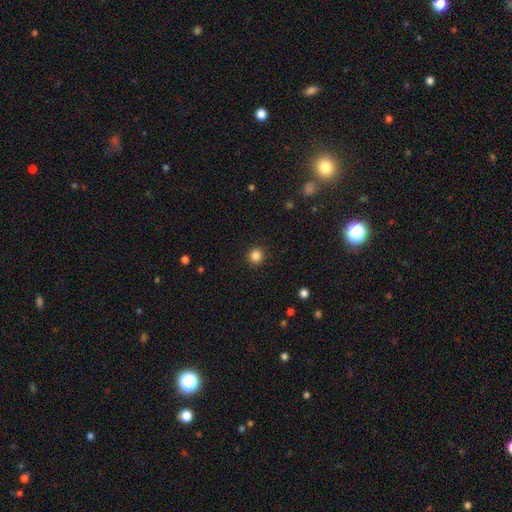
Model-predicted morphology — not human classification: Overall: smooth (85%). How rounded: round (92%). Merging: none (92%).